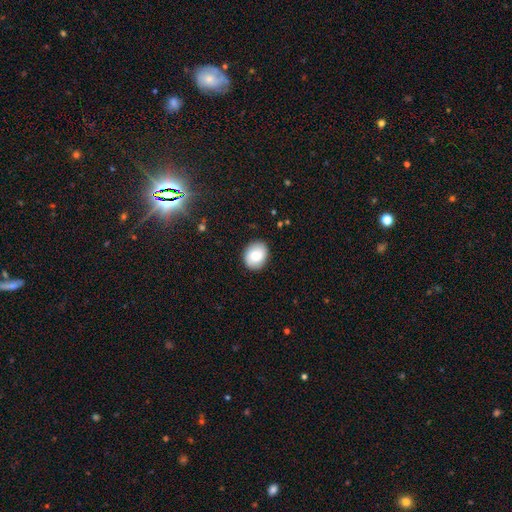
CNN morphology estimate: smooth_or_featured: smooth (p=0.81) [alt: featured or disk p=0.12]
how_rounded: round (p=0.51) [alt: in between p=0.48]
merging: none (p=0.88) [alt: minor disturbance p=0.09]